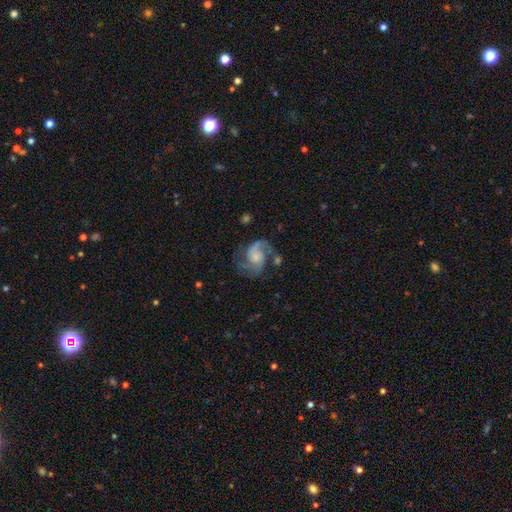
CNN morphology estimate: smooth_or_featured: featured or disk (p=0.87) [alt: smooth p=0.08]
disk_edge_on: no (p=0.98) [alt: yes p=0.02]
bar: no (p=0.64) [alt: weak p=0.31]
has_spiral_arms: yes (p=0.97) [alt: no p=0.03]
spiral_winding: medium (p=0.55) [alt: loose p=0.23]
spiral_arm_count: 2 (p=0.79) [alt: 3 p=0.09]
bulge_size: small (p=0.36) [alt: moderate p=0.35]
merging: none (p=0.62) [alt: minor disturbance p=0.19]